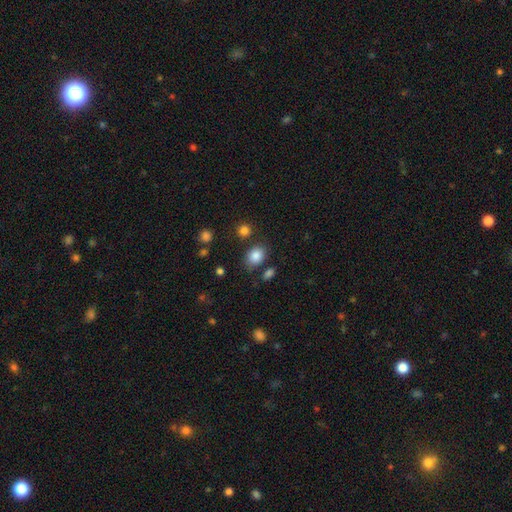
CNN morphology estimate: A smooth galaxy with no disk features (85%) that is in between round and cigar-shaped (61%).

Vote fractions:
- Smooth or featured? smooth: 85% / star or artifact: 10% / featured or disk: 5%
- How rounded? in between: 61% / round: 37% / cigar-shaped: 1%
- Merging? none: 74% / minor disturbance: 14% / merger: 8% / major disturbance: 5%